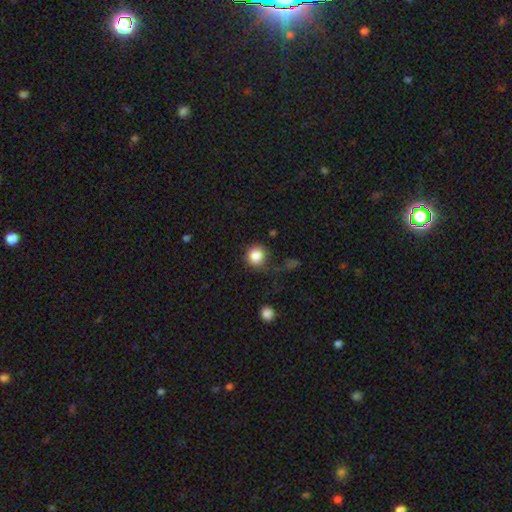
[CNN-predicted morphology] smooth 86%, star or artifact 10%, featured or disk 5%. Down the decision tree: how rounded — round (92%); merging — none (72%).